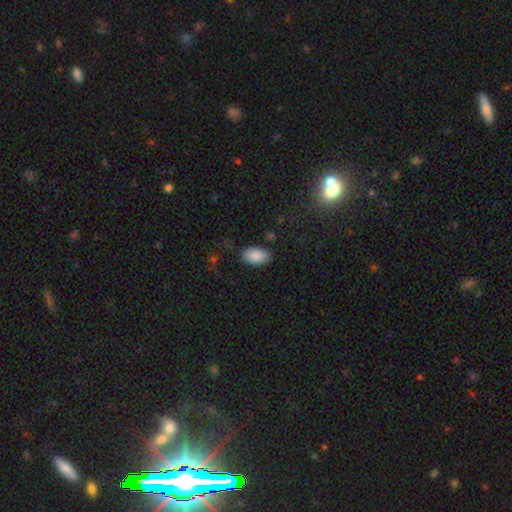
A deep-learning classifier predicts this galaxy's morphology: Smooth or featured: smooth — 88% (star or artifact — 7%)
How rounded: in between — 94% (round — 5%)
Merging: none — 84% (minor disturbance — 12%)